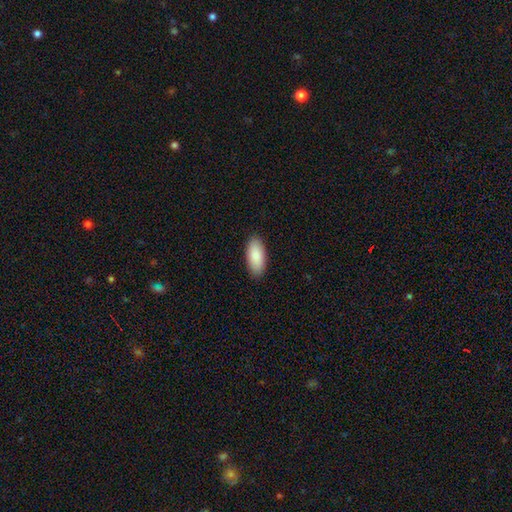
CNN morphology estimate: Overall: smooth (88%). How rounded: in between (91%). Merging: none (89%).